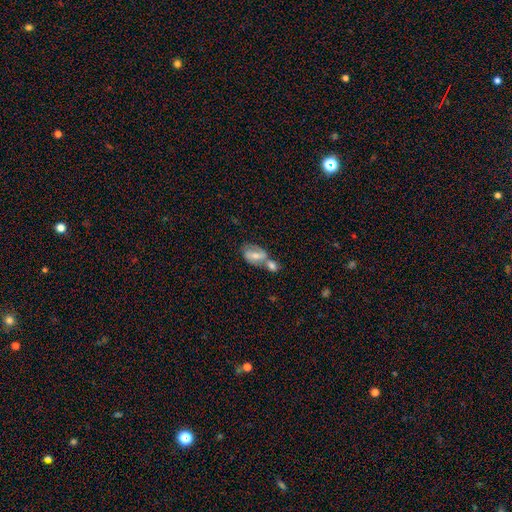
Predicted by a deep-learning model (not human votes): Smooth or featured: featured or disk — 54% (smooth — 39%)
Edge-on disk: no — 95% (yes — 5%)
Bar: weak — 42% (strong — 33%)
Spiral arms: yes — 73% (no — 27%)
Bulge size: moderate — 54% (small — 36%)
Merging: merger — 54% (none — 26%)